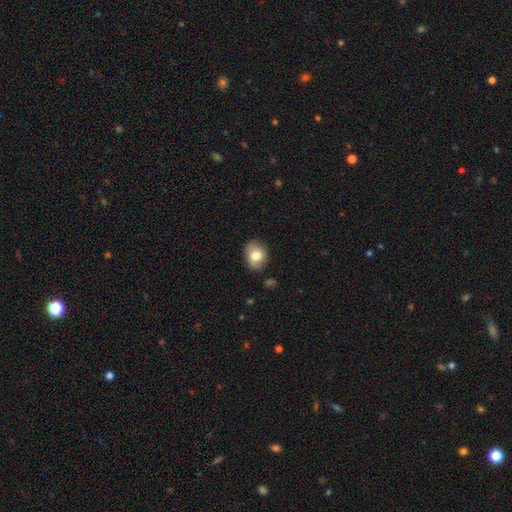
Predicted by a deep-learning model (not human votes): smooth_or_featured: smooth (p=0.76) [alt: featured or disk p=0.16]
how_rounded: in between (p=0.61) [alt: round p=0.38]
merging: none (p=0.79) [alt: minor disturbance p=0.16]